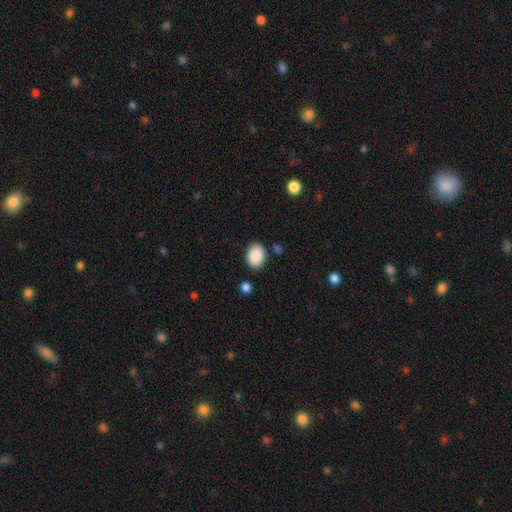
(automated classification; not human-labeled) Smooth or featured: smooth — 89% (star or artifact — 7%)
How rounded: in between — 79% (round — 20%)
Merging: none — 83% (minor disturbance — 11%)